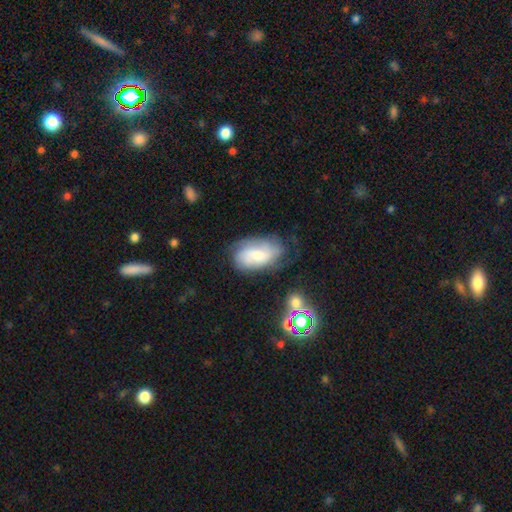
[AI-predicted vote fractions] A smooth galaxy with no disk features (46%). Merging: none (58%).